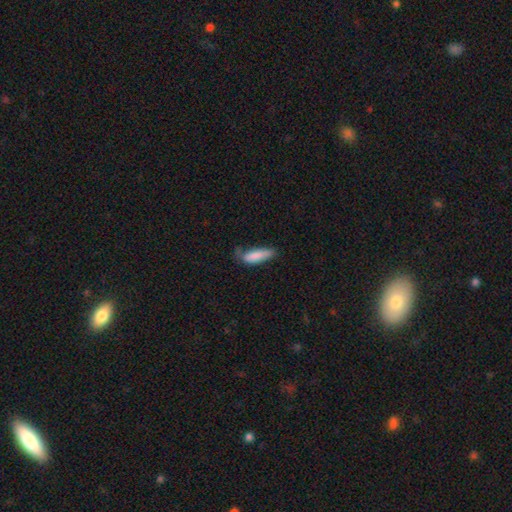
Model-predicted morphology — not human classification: Smooth or featured?
  - smooth: 84% *
  - featured or disk: 10%
  - star or artifact: 7%
How rounded?
  - cigar-shaped: 53% *
  - in between: 45%
  - round: 2%
Merging?
  - none: 49% *
  - minor disturbance: 36%
  - major disturbance: 11%
  - merger: 4%